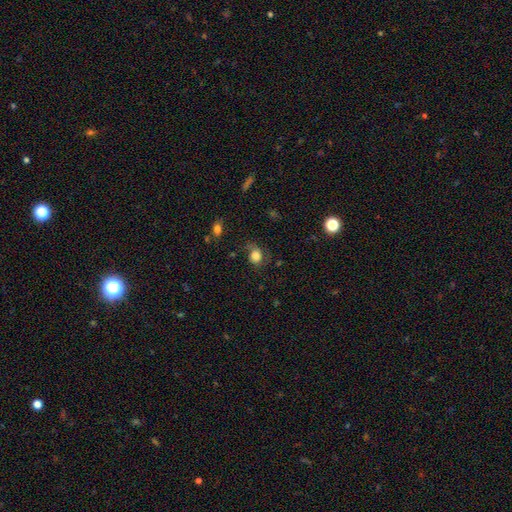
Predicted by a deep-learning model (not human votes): Smooth or featured?
  - smooth: 71% *
  - featured or disk: 18%
  - star or artifact: 11%
How rounded?
  - round: 63% *
  - in between: 36%
  - cigar-shaped: 1%
Merging?
  - none: 56% *
  - minor disturbance: 25%
  - major disturbance: 16%
  - merger: 3%